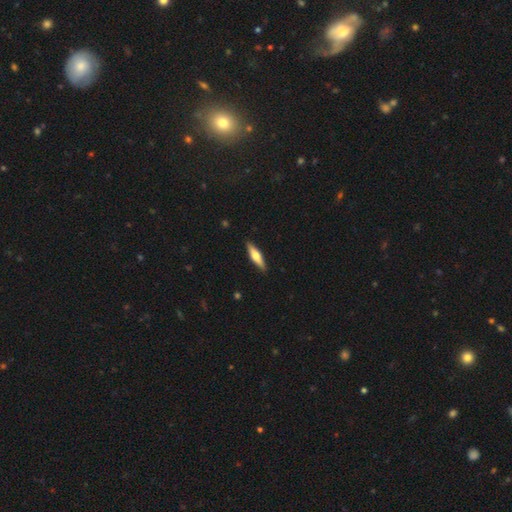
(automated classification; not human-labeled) Overall: featured or disk (48%; smooth 46%). Merging: none (90%).